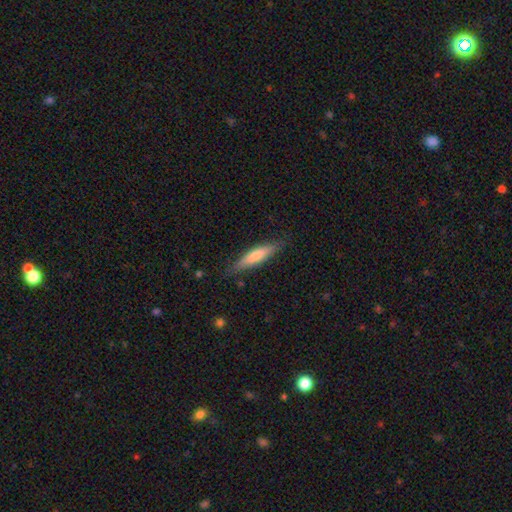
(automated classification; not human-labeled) This appears to be a smooth galaxy with no disk features (62%) that is cigar-shaped (82%). Merging: none (84%).